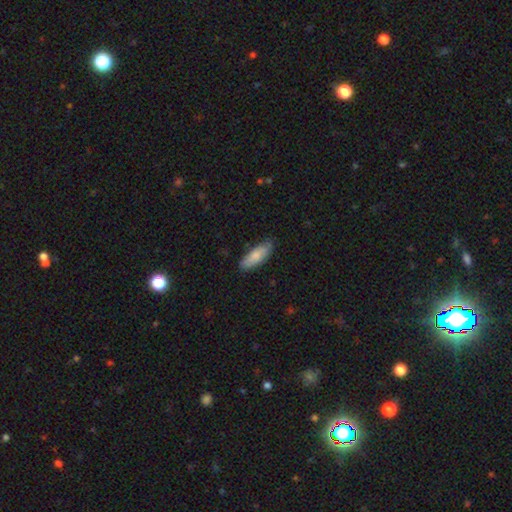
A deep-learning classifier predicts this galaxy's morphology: This appears to be a smooth galaxy with no disk features (82%) that is in between round and cigar-shaped (64%). Merging: none (80%).